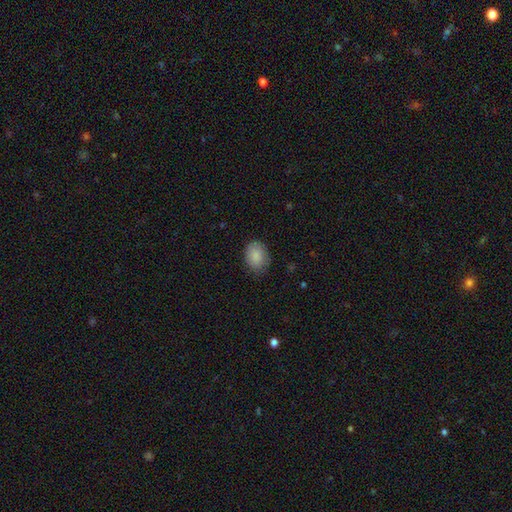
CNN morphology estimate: Smooth or featured? Predicted: smooth (p=0.88). How rounded? Predicted: in between (p=0.68). Merging? Predicted: none (p=0.78).